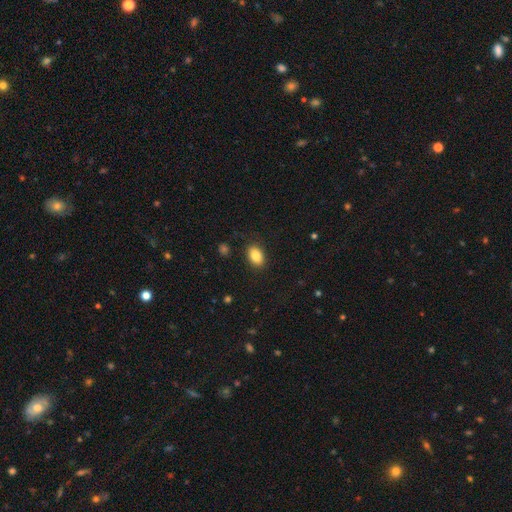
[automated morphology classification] Q: Smooth or featured?
A: smooth (86%); runner-up: star or artifact (8%)
Q: How rounded?
A: in between (87%); runner-up: round (12%)
Q: Merging?
A: none (88%); runner-up: minor disturbance (9%)